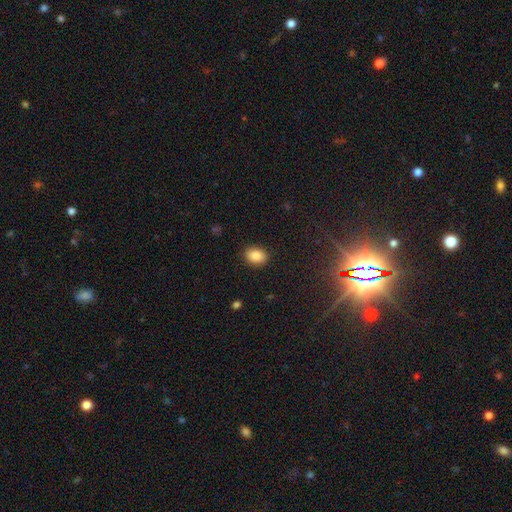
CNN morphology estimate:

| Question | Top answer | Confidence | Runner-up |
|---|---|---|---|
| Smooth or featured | smooth | 86% | star or artifact (8%) |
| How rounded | in between | 70% | round (29%) |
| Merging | none | 88% | minor disturbance (9%) |